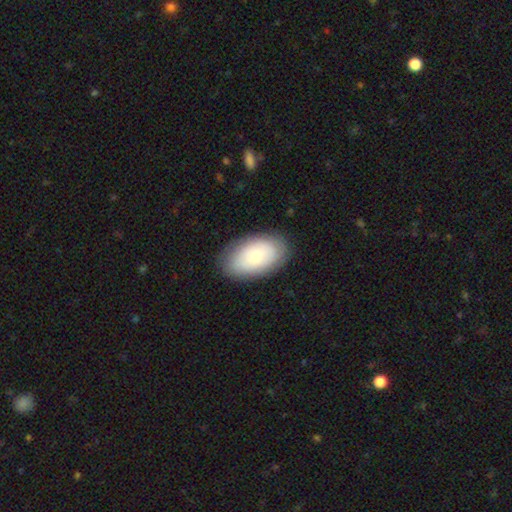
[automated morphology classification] A smooth galaxy with no disk features (70%) that is in between round and cigar-shaped (93%).

Vote fractions:
- Smooth or featured? smooth: 70% / featured or disk: 24% / star or artifact: 6%
- How rounded? in between: 93% / round: 6% / cigar-shaped: 1%
- Merging? none: 84% / minor disturbance: 12% / major disturbance: 3% / merger: 1%